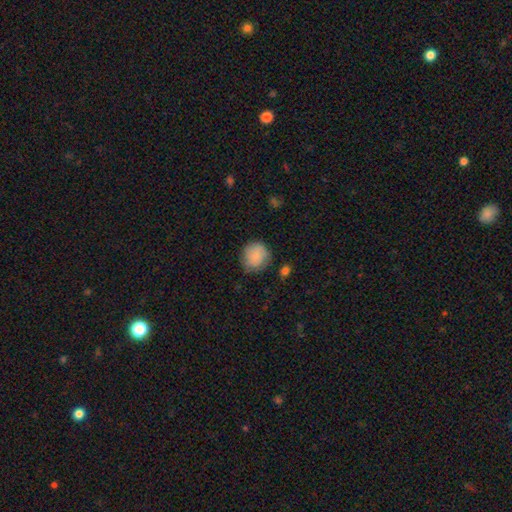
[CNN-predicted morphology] Q: Smooth or featured?
A: smooth (83%); runner-up: featured or disk (10%)
Q: How rounded?
A: round (89%); runner-up: in between (10%)
Q: Merging?
A: none (76%); runner-up: minor disturbance (18%)